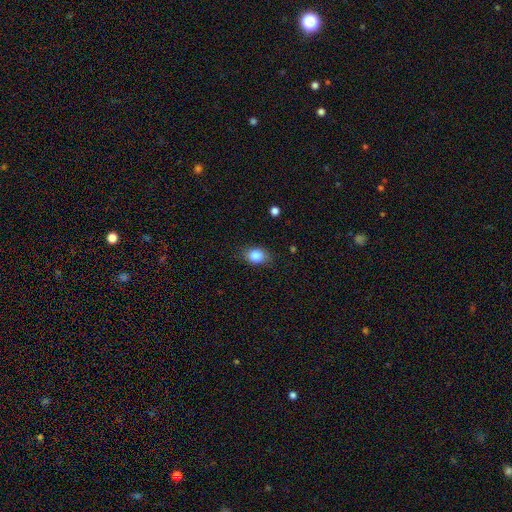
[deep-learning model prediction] A smooth galaxy with no disk features (84%) that is in between round and cigar-shaped (61%).

Vote fractions:
- Smooth or featured? smooth: 84% / star or artifact: 9% / featured or disk: 7%
- How rounded? in between: 61% / round: 38% / cigar-shaped: 1%
- Merging? none: 80% / minor disturbance: 15% / major disturbance: 3% / merger: 1%